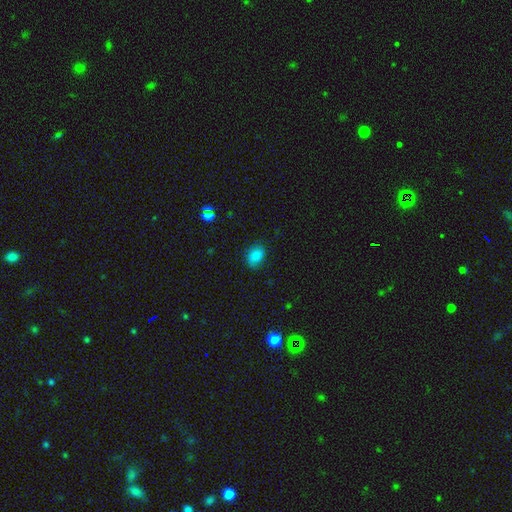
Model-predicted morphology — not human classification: This appears to be a smooth galaxy with no disk features (85%) that is in between round and cigar-shaped (76%). Merging: none (80%).